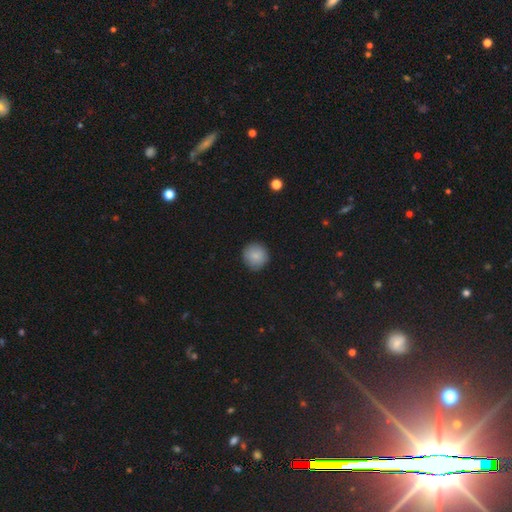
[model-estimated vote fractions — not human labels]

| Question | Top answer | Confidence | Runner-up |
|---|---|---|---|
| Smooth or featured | smooth | 86% | star or artifact (8%) |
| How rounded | round | 94% | in between (5%) |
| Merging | none | 90% | minor disturbance (7%) |